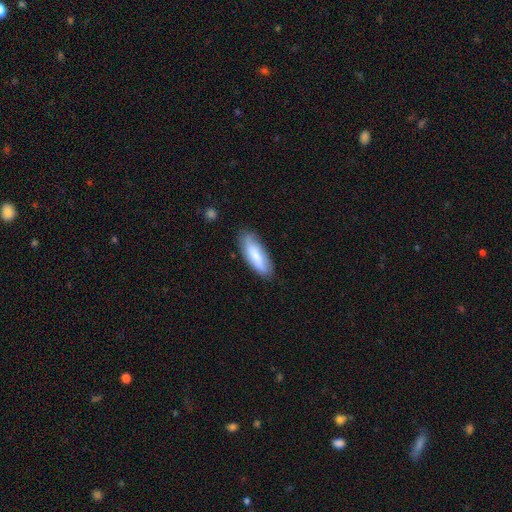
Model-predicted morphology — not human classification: Smooth or featured?
  - smooth: 74% *
  - featured or disk: 20%
  - star or artifact: 6%
How rounded?
  - in between: 61% *
  - cigar-shaped: 37%
  - round: 2%
Merging?
  - none: 77% *
  - minor disturbance: 18%
  - major disturbance: 4%
  - merger: 2%